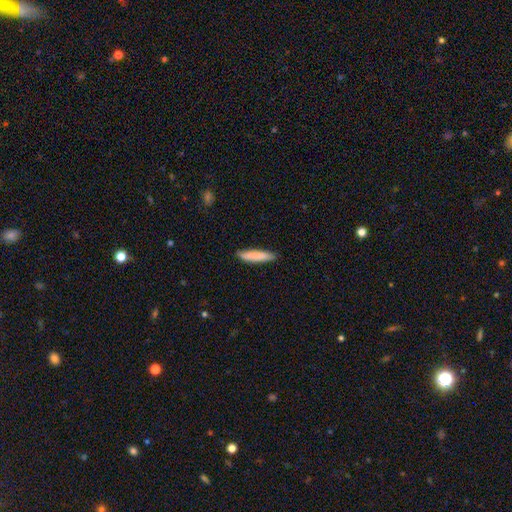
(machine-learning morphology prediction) Smooth or featured? Predicted: smooth (p=0.83). How rounded? Predicted: cigar-shaped (p=0.87). Merging? Predicted: none (p=0.86).